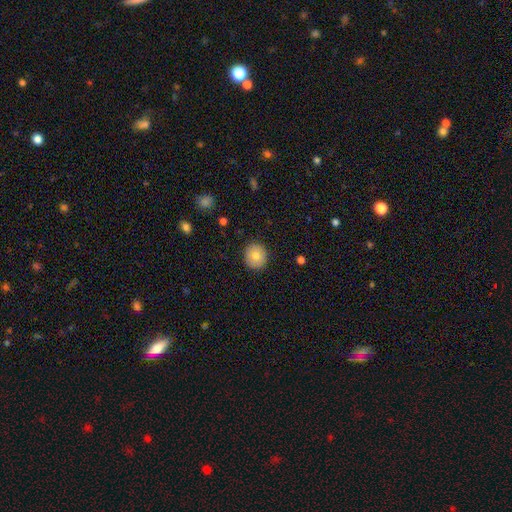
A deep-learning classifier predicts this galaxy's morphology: Q: Smooth or featured?
A: smooth (76%); runner-up: featured or disk (16%)
Q: How rounded?
A: round (88%); runner-up: in between (11%)
Q: Merging?
A: none (90%); runner-up: minor disturbance (7%)